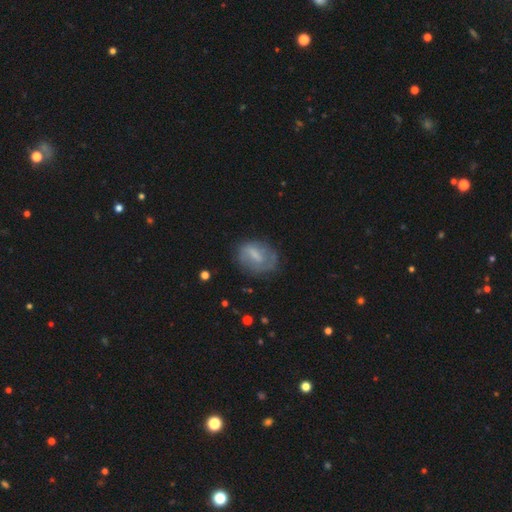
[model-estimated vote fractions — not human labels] Overall: smooth (47%; featured or disk 44%). Merging: none (61%; minor disturbance 25%).